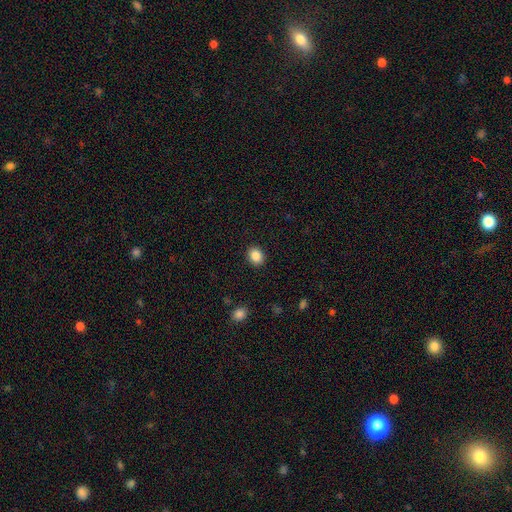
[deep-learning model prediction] smooth_or_featured: smooth (p=0.88) [alt: star or artifact p=0.09]
how_rounded: round (p=0.55) [alt: in between p=0.45]
merging: none (p=0.90) [alt: minor disturbance p=0.07]